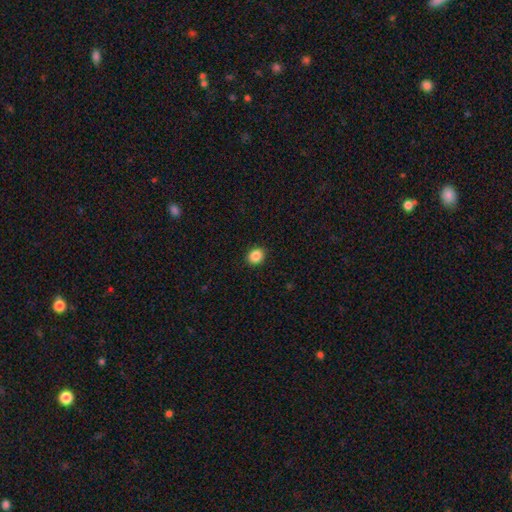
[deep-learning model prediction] smooth-or-featured: smooth: 87% | star or artifact: 10% | featured or disk: 3%
  how-rounded: round: 76% | in between: 23% | cigar-shaped: 1%
  merging: none: 91% | minor disturbance: 6% | major disturbance: 2% | merger: 1%